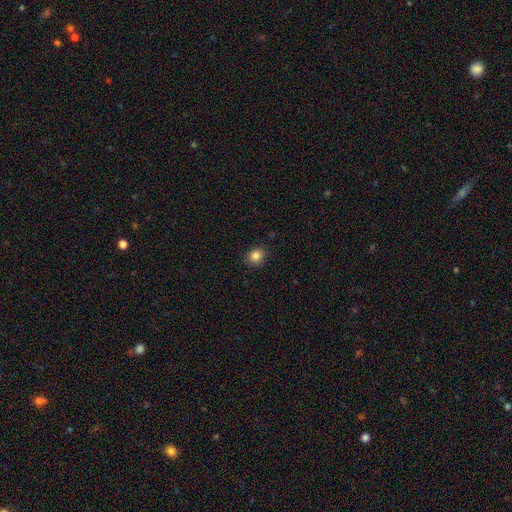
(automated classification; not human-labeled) This is clearly a smooth galaxy (85%). How rounded: likely round (78%). Merging: clearly none (89%).